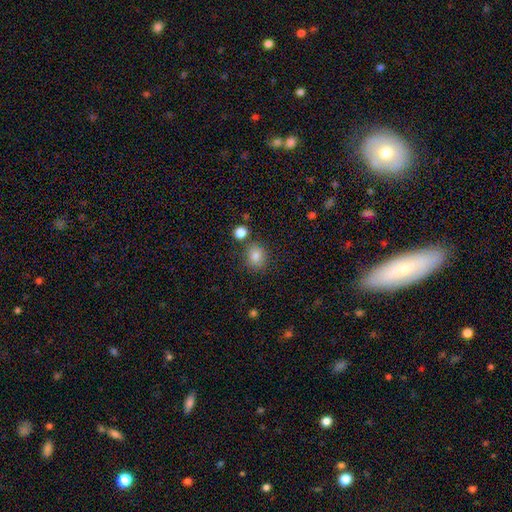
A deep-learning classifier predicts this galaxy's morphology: smooth 82%, star or artifact 12%, featured or disk 6%. Down the decision tree: how rounded — round (72%); merging — none (79%).